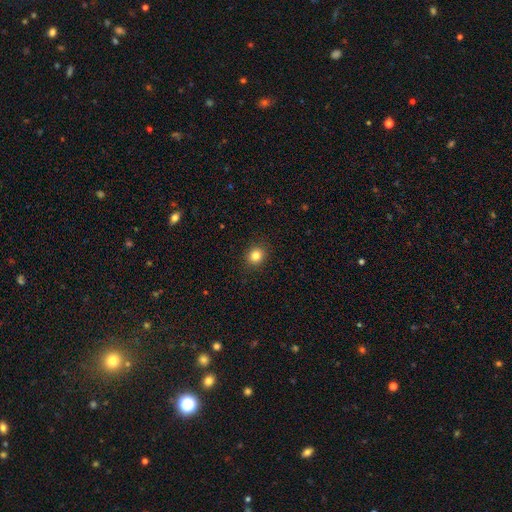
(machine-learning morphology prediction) smooth_or_featured: smooth (p=0.83) [alt: star or artifact p=0.12]
how_rounded: round (p=0.78) [alt: in between p=0.21]
merging: none (p=0.90) [alt: minor disturbance p=0.07]